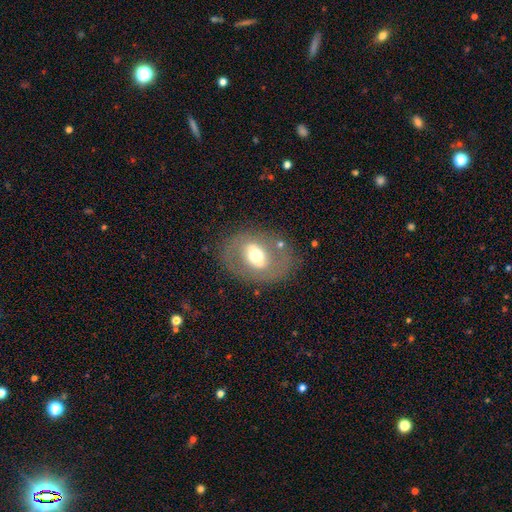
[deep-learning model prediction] The model was most divided on "smooth or featured": featured or disk: 50%, smooth: 42%, star or artifact: 8%. More confident: edge-on disk — no (91%); merging — none (75%).